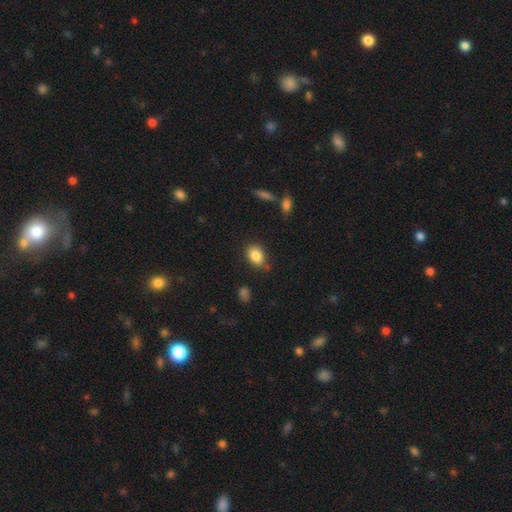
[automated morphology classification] smooth_or_featured: smooth (p=0.85) [alt: star or artifact p=0.09]
how_rounded: in between (p=0.73) [alt: round p=0.26]
merging: none (p=0.73) [alt: minor disturbance p=0.19]